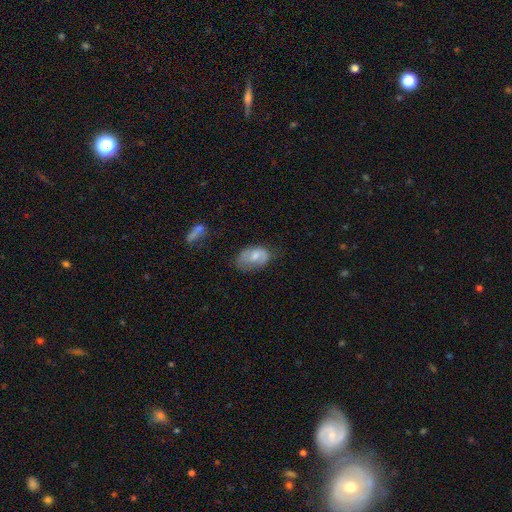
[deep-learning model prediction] This appears to be a smooth galaxy with no disk features (59%) that is in between round and cigar-shaped (88%). Merging: none (46%).